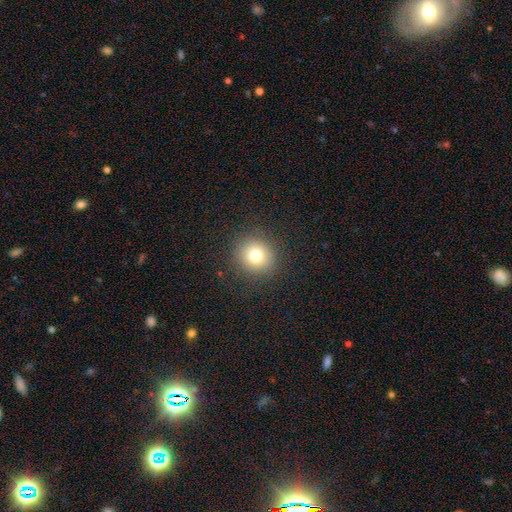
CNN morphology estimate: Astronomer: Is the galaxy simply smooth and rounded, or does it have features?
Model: smooth — 77%.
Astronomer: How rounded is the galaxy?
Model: round — 91%.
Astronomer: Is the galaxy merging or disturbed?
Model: none — 90%.